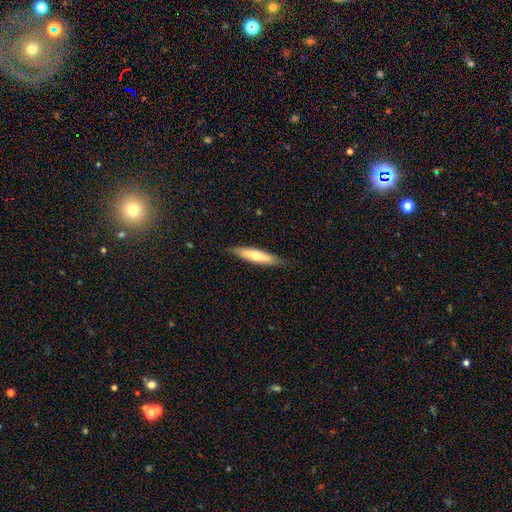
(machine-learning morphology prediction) smooth-or-featured: smooth: 57% | featured or disk: 38% | star or artifact: 5%
  how-rounded: cigar-shaped: 79% | in between: 19% | round: 1%
  merging: none: 85% | minor disturbance: 12% | major disturbance: 2% | merger: 1%